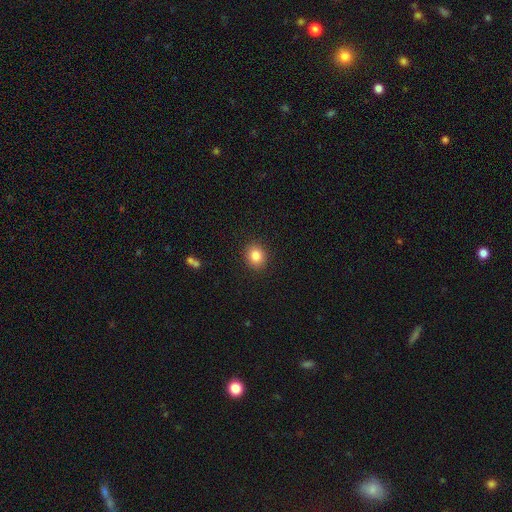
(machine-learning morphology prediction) This appears to be a smooth galaxy with no disk features (84%) that is round (75%). Merging: none (90%).